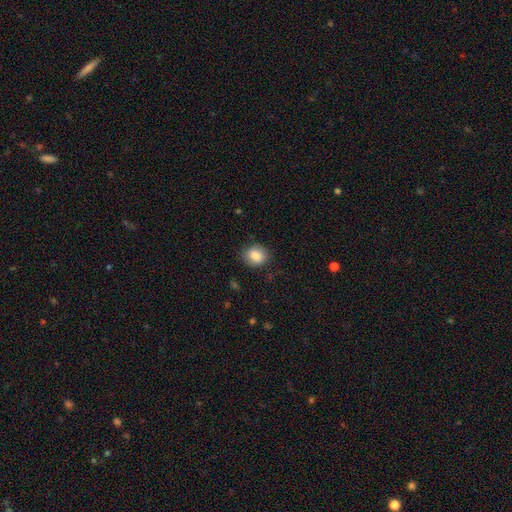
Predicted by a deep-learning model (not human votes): Smooth or featured? smooth (86%)
How rounded? round (56%)
Merging? none (83%)